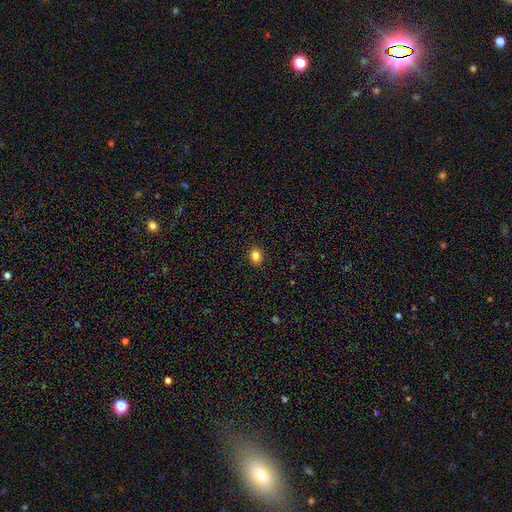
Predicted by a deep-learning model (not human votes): Smooth or featured? smooth (84%)
How rounded? in between (55%)
Merging? none (91%)